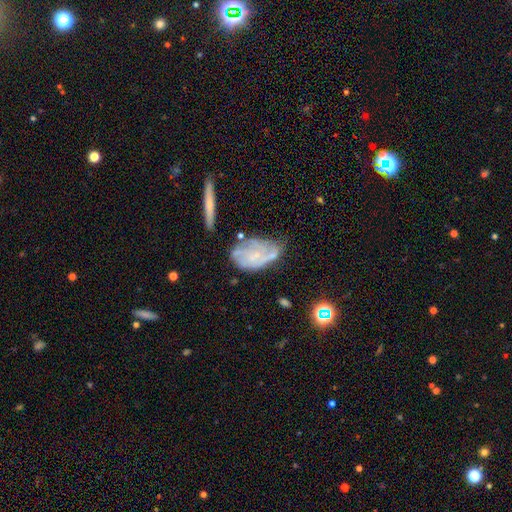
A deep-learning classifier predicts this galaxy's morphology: A featured or disk galaxy (65%) with no bar (75%), spiral arms (72%) and a small central bulge (67%).

Vote fractions:
- Smooth or featured? featured or disk: 65% / smooth: 25% / star or artifact: 10%
- Edge-on disk? no: 93% / yes: 7%
- Bar? no: 75% / weak: 21% / strong: 4%
- Spiral arms? yes: 72% / no: 28%
- Bulge size? small: 67% / none: 18% / moderate: 13% / large: 1% / dominant: 1%
- Merging? none: 45% / minor disturbance: 30% / major disturbance: 17% / merger: 8%